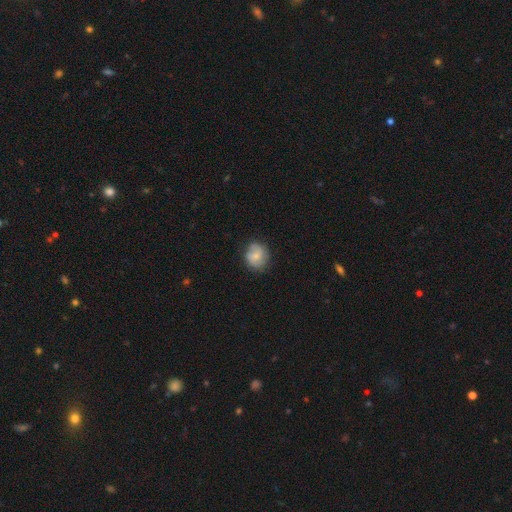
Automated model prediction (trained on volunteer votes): Q: Smooth or featured?
A: smooth (67%); runner-up: featured or disk (25%)
Q: How rounded?
A: round (78%); runner-up: in between (21%)
Q: Merging?
A: none (74%); runner-up: minor disturbance (19%)